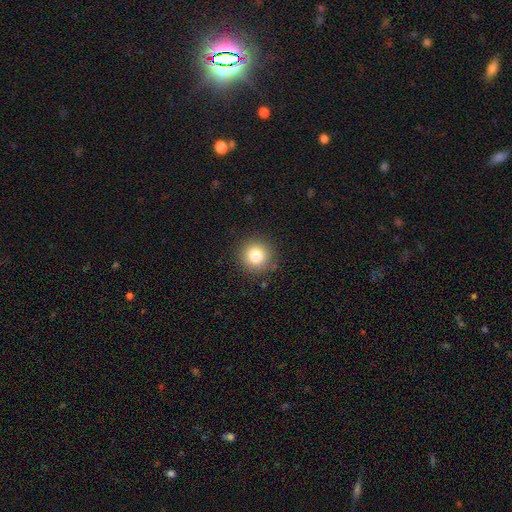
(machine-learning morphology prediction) The model was most divided on "smooth or featured": smooth: 81%, star or artifact: 11%, featured or disk: 8%. More confident: how rounded — round (94%); merging — none (89%).